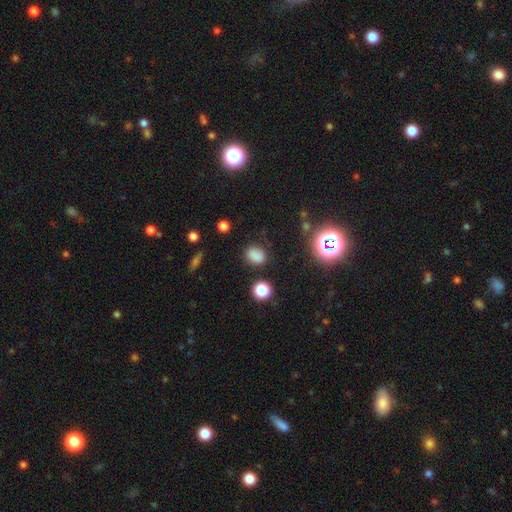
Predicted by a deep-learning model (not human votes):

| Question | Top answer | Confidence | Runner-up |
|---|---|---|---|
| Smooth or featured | smooth | 77% | star or artifact (17%) |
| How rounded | in between | 60% | round (38%) |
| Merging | none | 78% | minor disturbance (14%) |